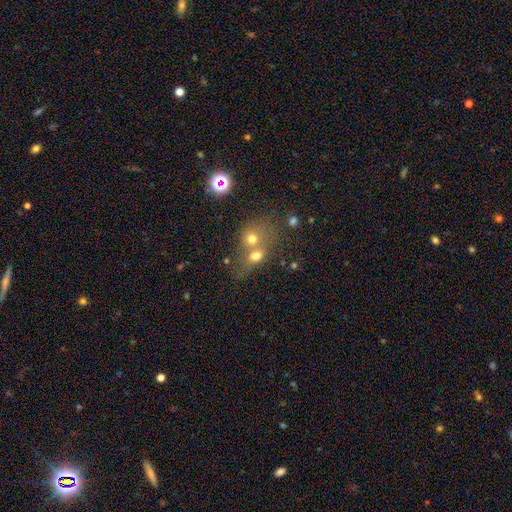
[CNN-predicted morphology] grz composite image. It shows a smooth galaxy with no disk features (66%) that is round (57%). Merging: merger (64%).